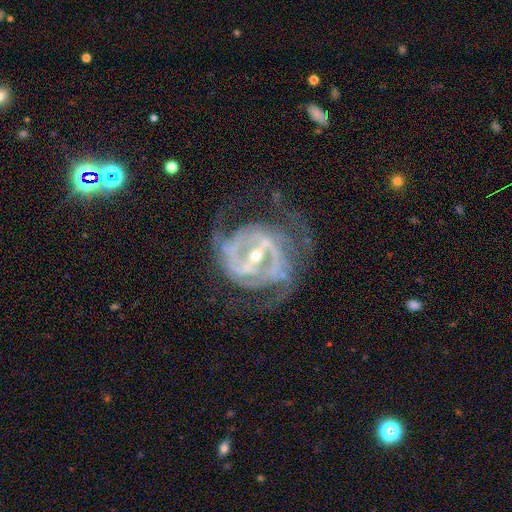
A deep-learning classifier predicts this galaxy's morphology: Smooth or featured?
  - featured or disk: 90% *
  - star or artifact: 6%
  - smooth: 4%
Edge-on disk?
  - no: 96% *
  - yes: 4%
Bar?
  - strong: 69% *
  - weak: 23%
  - no: 8%
Spiral arms?
  - yes: 94% *
  - no: 6%
Spiral winding?
  - medium: 45% *
  - tight: 41%
  - loose: 14%
Spiral arm count?
  - 2: 42% *
  - can't tell: 20%
  - 3: 18%
  - 4: 9%
  - 1: 6%
  - more than 4: 5%
Bulge size?
  - small: 67% *
  - moderate: 29%
  - large: 2%
  - none: 1%
  - dominant: 1%
Merging?
  - none: 57% *
  - major disturbance: 23%
  - minor disturbance: 18%
  - merger: 2%